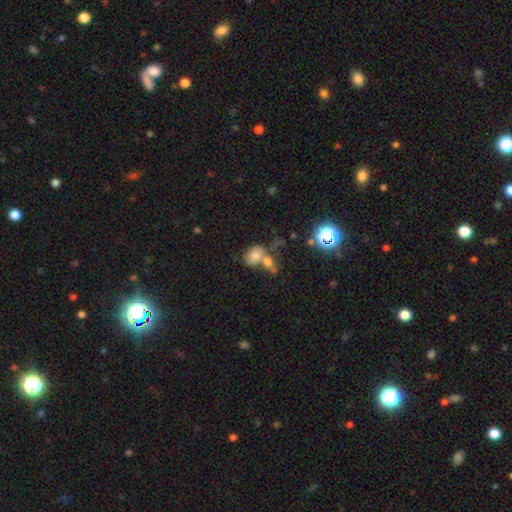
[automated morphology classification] A smooth galaxy with no disk features (71%) that is in between round and cigar-shaped (75%).

Vote fractions:
- Smooth or featured? smooth: 71% / featured or disk: 15% / star or artifact: 14%
- How rounded? in between: 75% / round: 23% / cigar-shaped: 2%
- Merging? merger: 56% / none: 25% / minor disturbance: 11% / major disturbance: 8%